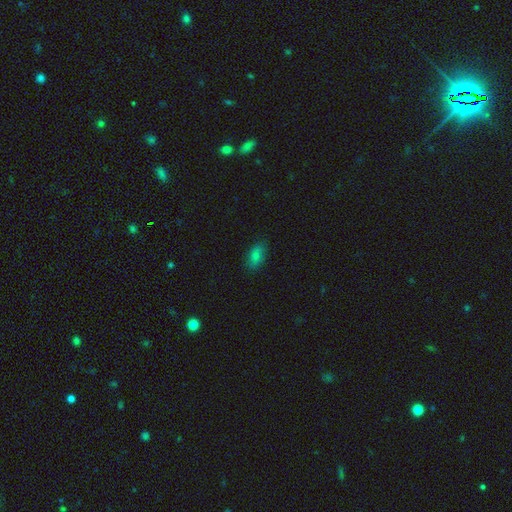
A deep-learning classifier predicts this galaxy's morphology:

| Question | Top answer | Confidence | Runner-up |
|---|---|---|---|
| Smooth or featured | smooth | 79% | star or artifact (12%) |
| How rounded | in between | 88% | cigar-shaped (7%) |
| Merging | none | 83% | minor disturbance (13%) |